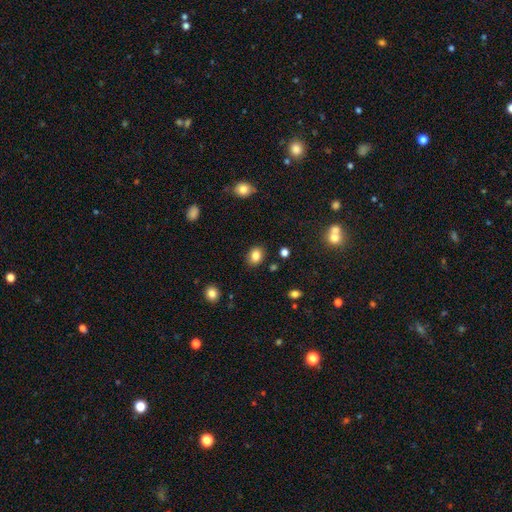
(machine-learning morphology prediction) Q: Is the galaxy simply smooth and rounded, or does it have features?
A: smooth — 84%.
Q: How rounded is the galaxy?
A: in between — 60%.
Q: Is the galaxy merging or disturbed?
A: none — 86%.